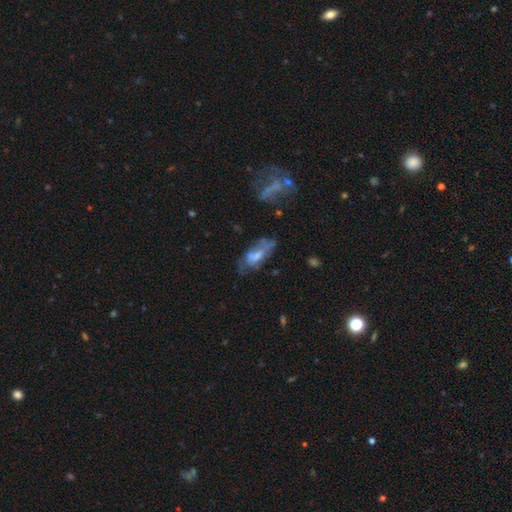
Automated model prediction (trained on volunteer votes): Smooth or featured?
  - featured or disk: 46% *
  - smooth: 45%
  - star or artifact: 9%
Merging?
  - none: 40% *
  - minor disturbance: 28%
  - major disturbance: 23%
  - merger: 10%